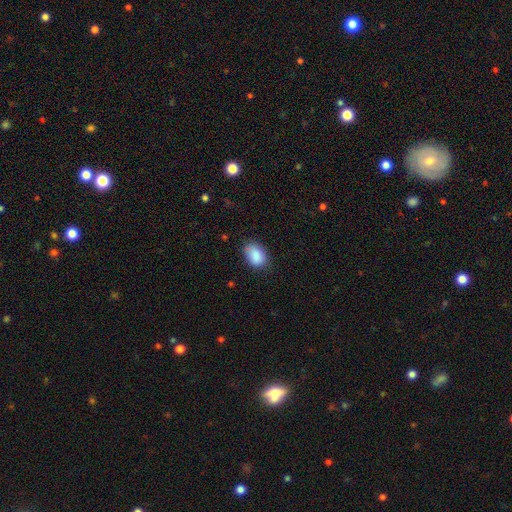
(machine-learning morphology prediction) smooth-or-featured: smooth: 88% | star or artifact: 7% | featured or disk: 4%
  how-rounded: in between: 79% | round: 19% | cigar-shaped: 1%
  merging: none: 75% | minor disturbance: 20% | major disturbance: 4% | merger: 1%